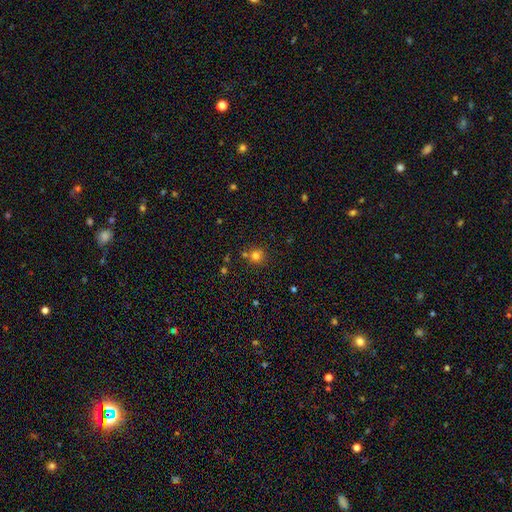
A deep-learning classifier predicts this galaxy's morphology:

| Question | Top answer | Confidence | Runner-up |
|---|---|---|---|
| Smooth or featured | smooth | 76% | star or artifact (16%) |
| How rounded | round | 90% | in between (9%) |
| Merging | none | 71% | merger (16%) |